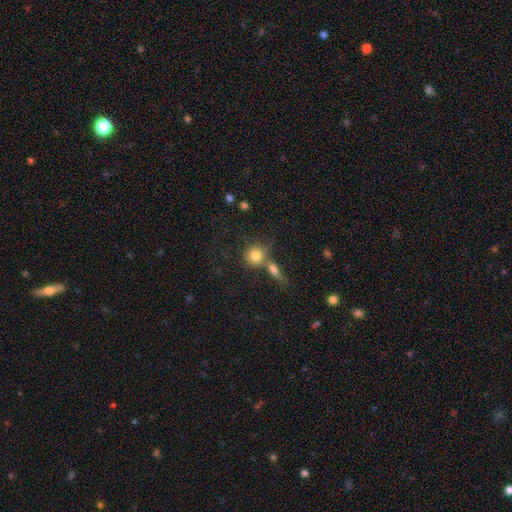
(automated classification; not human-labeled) A smooth galaxy with no disk features (80%) that is round (83%). Merging: none (48%).